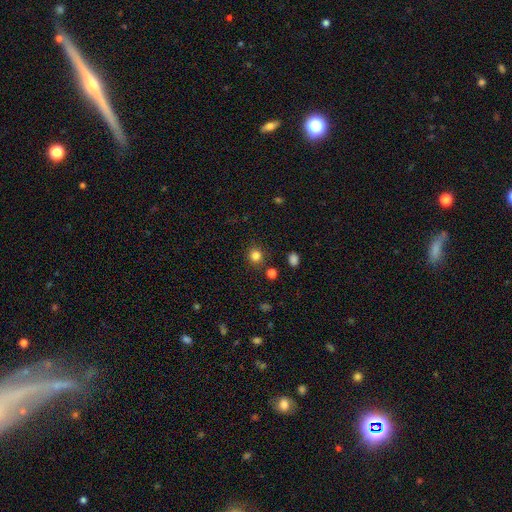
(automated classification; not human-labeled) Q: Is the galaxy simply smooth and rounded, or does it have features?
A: smooth — 83%.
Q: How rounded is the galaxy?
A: round — 90%.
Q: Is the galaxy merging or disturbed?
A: none — 87%.